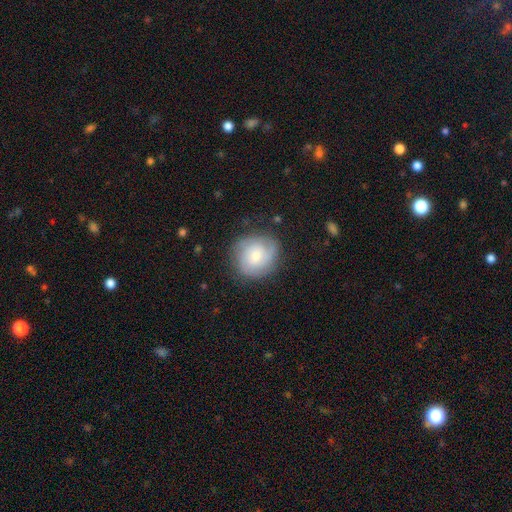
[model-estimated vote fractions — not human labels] The model was most divided on "bulge size": moderate: 47%, small: 44%, large: 6%, none: 2%, dominant: 1%. More confident: edge-on disk — no (98%); spiral arms — yes (86%); merging — none (79%); bar — no (71%); smooth or featured — featured or disk (51%).